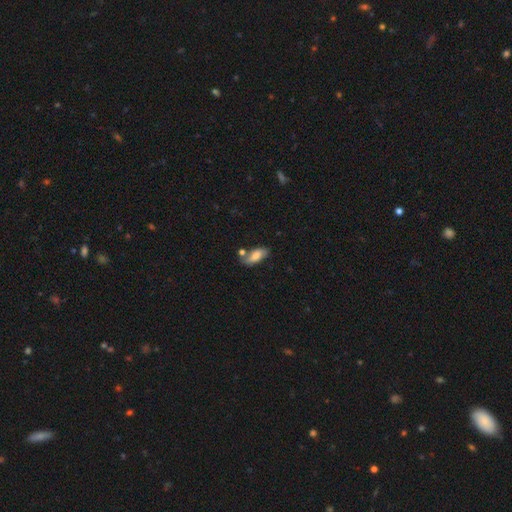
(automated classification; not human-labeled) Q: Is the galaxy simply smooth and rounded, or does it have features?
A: smooth — 70%.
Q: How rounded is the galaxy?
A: in between — 82%.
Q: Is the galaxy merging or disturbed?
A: none — 65%.